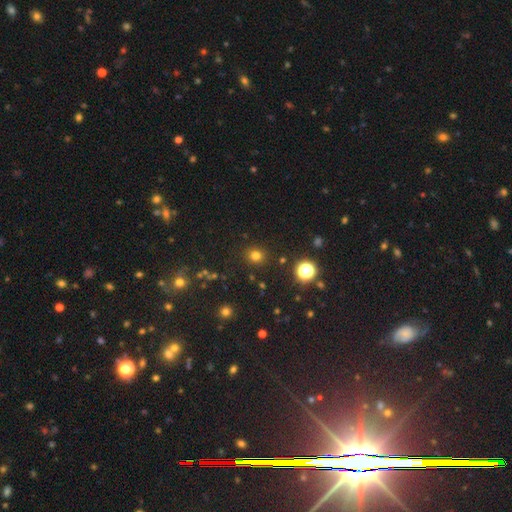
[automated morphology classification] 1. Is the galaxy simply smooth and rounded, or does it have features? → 75% smooth, 19% star or artifact, 6% featured or disk.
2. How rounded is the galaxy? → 84% round, 15% in between, 1% cigar-shaped.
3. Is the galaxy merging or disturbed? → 89% none, 7% minor disturbance, 3% major disturbance, 2% merger.